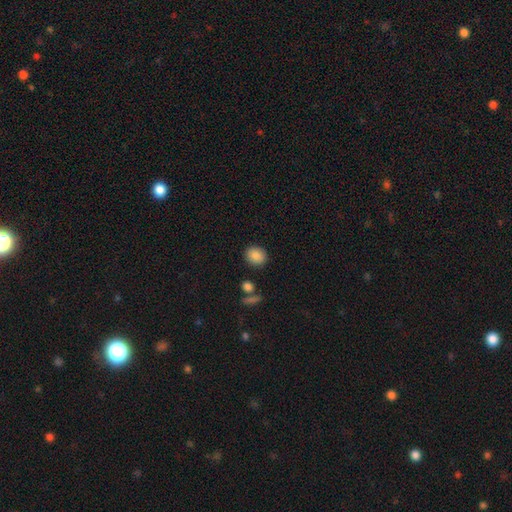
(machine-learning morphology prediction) type=smooth (87%); roundness=round (67%); merging=none (87%).